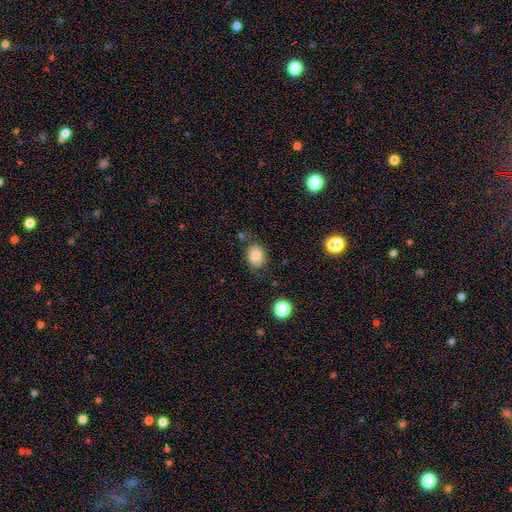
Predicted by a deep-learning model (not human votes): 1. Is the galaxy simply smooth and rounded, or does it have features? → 80% smooth, 10% star or artifact, 10% featured or disk.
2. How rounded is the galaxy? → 58% in between, 41% round, 1% cigar-shaped.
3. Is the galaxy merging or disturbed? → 69% none, 21% minor disturbance, 6% major disturbance, 4% merger.